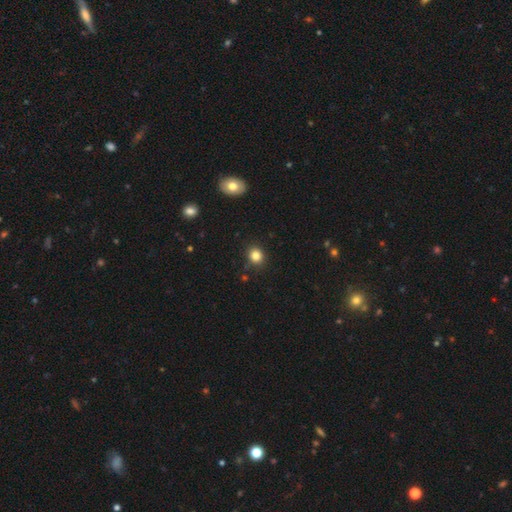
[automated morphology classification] type=smooth (83%); roundness=round (77%); merging=none (88%).